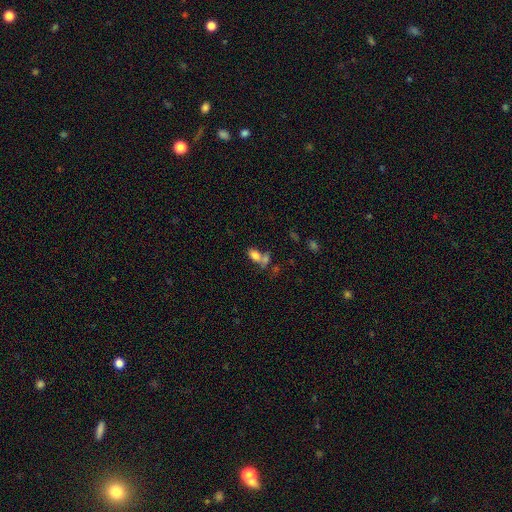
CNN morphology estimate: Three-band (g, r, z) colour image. It shows a smooth galaxy with no disk features (76%) that is in between round and cigar-shaped (88%). Merging: merger (44%).